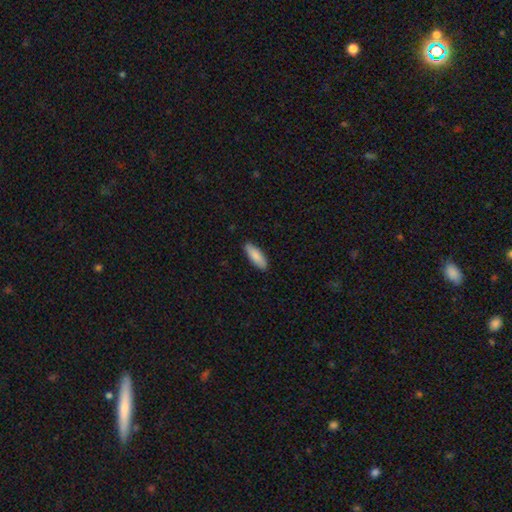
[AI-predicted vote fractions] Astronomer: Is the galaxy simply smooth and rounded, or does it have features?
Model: smooth — 88%.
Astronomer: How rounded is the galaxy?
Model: in between — 60% (runner-up: cigar-shaped, 39%).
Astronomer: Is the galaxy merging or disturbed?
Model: none — 89%.